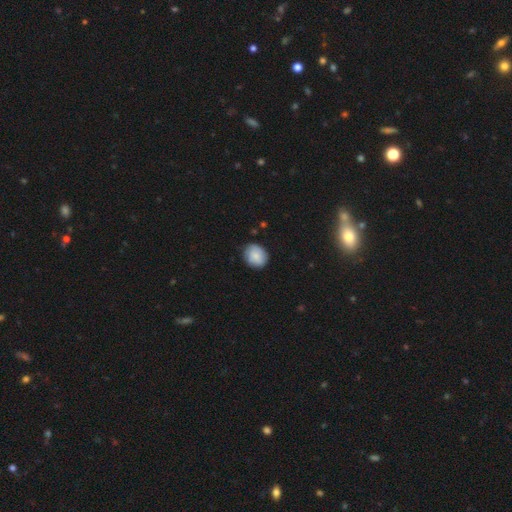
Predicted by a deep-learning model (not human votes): This appears to be a smooth galaxy with no disk features (80%) that is round (66%). Merging: none (76%).